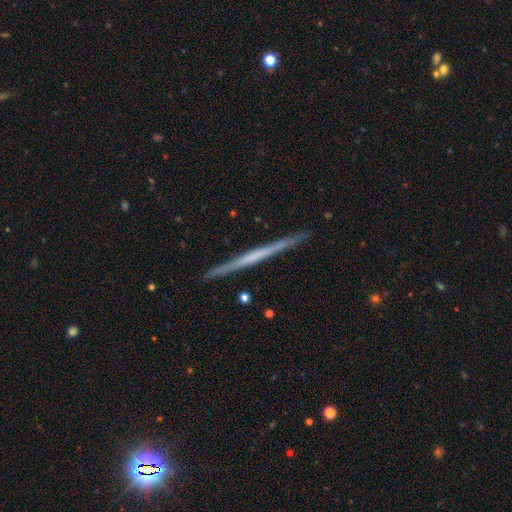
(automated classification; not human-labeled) A featured or disk galaxy (66%) viewed edge-on (98%) with no central bulge (83%). Merging: none (92%).